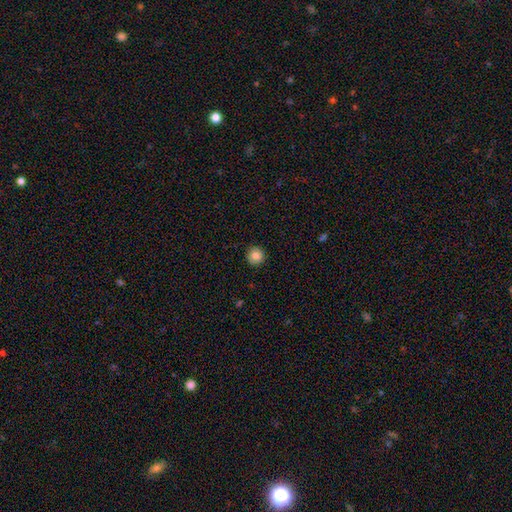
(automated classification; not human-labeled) Smooth or featured: smooth — 82% (featured or disk — 9%)
How rounded: round — 93% (in between — 6%)
Merging: none — 91% (minor disturbance — 6%)